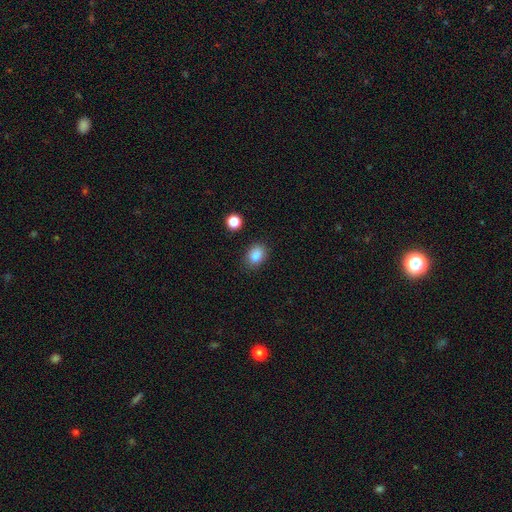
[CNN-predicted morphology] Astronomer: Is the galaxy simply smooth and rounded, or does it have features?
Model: smooth — 85%.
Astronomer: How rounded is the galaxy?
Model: in between — 71%.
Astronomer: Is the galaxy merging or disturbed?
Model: none — 82%.